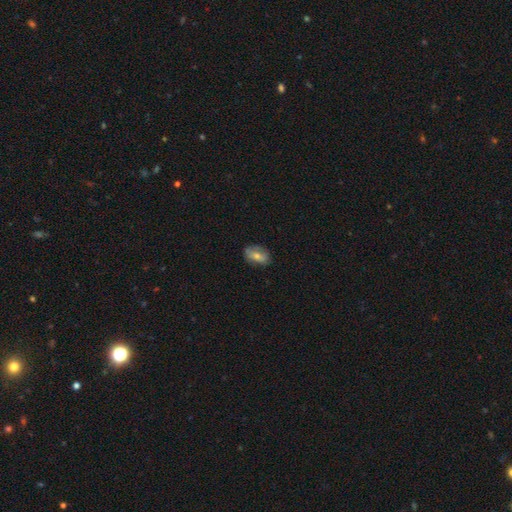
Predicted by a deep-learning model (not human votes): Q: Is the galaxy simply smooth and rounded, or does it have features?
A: smooth — 66%.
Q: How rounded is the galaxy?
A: in between — 87%.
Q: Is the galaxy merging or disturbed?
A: none — 76%.